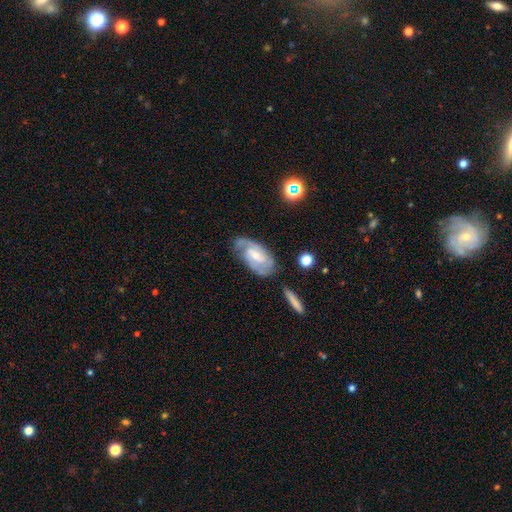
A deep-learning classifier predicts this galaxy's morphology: A featured or disk galaxy (83%) with a weak bar (52%), 2 (53%) tight (46%) spiral arms (96%) and a small central bulge (47%).

Vote fractions:
- Smooth or featured? featured or disk: 83% / smooth: 11% / star or artifact: 6%
- Edge-on disk? no: 95% / yes: 5%
- Bar? weak: 52% / no: 32% / strong: 15%
- Spiral arms? yes: 96% / no: 4%
- Spiral winding? tight: 46% / medium: 43% / loose: 10%
- Spiral arm count? 2: 53% / 3: 20% / can't tell: 17% / 4: 4% / 1: 3% / more than 4: 3%
- Bulge size? small: 47% / moderate: 44% / none: 5% / large: 3% / dominant: 1%
- Merging? none: 69% / minor disturbance: 21% / major disturbance: 7% / merger: 3%